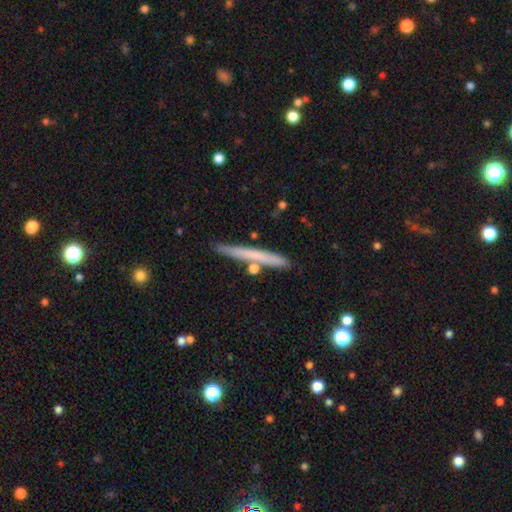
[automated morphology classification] smooth-or-featured: smooth: 56% | featured or disk: 37% | star or artifact: 7%
  how-rounded: cigar-shaped: 97% | in between: 2% | round: 1%
  merging: none: 84% | minor disturbance: 10% | merger: 4% | major disturbance: 2%